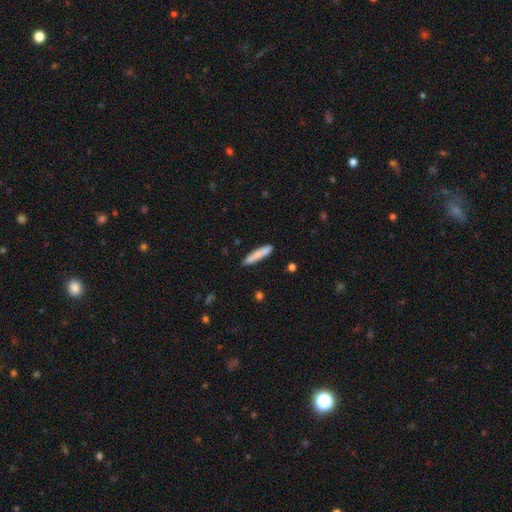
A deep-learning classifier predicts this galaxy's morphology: smooth_or_featured: smooth (p=0.80) [alt: featured or disk p=0.14]
how_rounded: cigar-shaped (p=0.89) [alt: in between p=0.10]
merging: none (p=0.83) [alt: minor disturbance p=0.12]